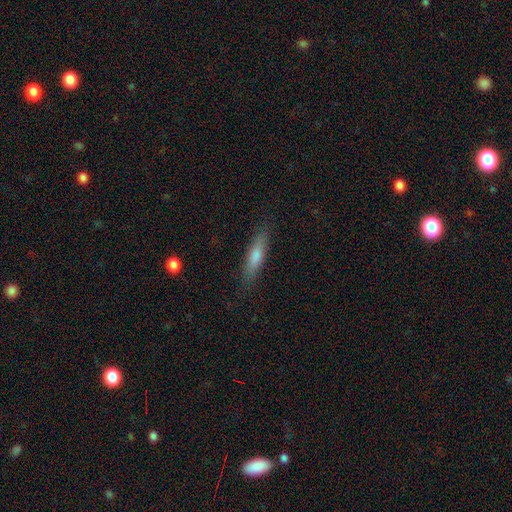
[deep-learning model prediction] smooth_or_featured: smooth (p=0.68) [alt: featured or disk p=0.25]
how_rounded: cigar-shaped (p=0.82) [alt: in between p=0.17]
merging: none (p=0.86) [alt: minor disturbance p=0.11]